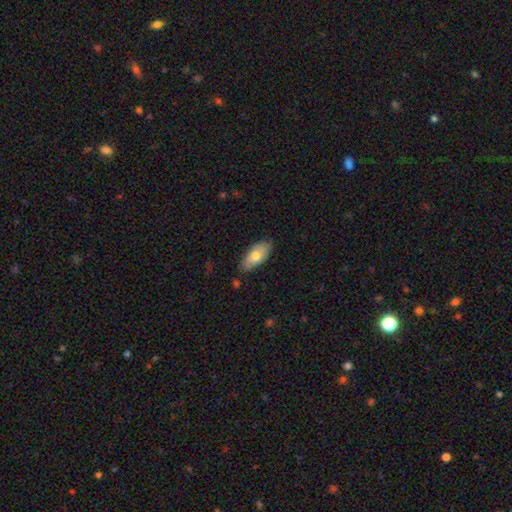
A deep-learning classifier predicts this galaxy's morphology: Overall: smooth (74%). How rounded: in between (89%). Merging: none (80%).